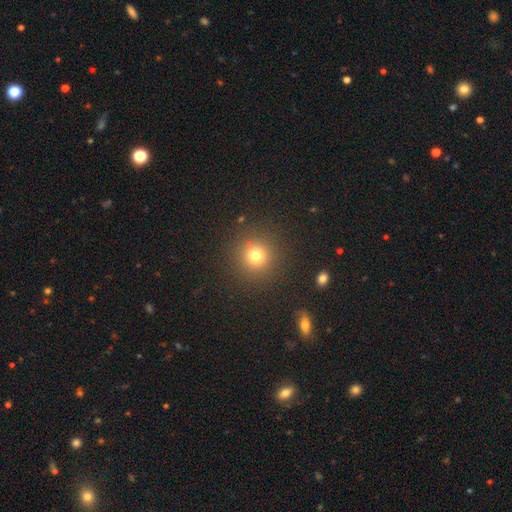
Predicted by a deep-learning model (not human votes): A smooth galaxy with no disk features (75%) that is round (94%). Merging: none (89%).